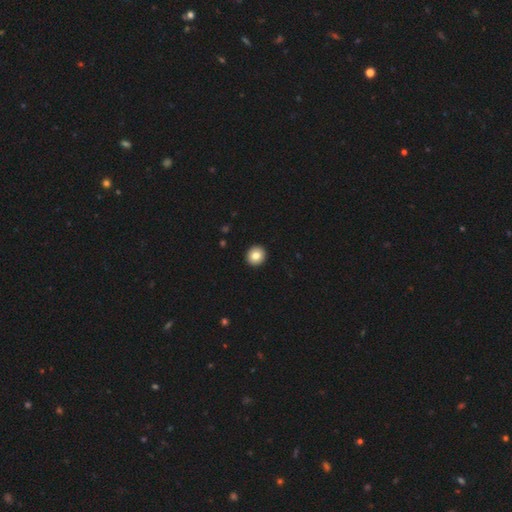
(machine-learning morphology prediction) The model was most divided on "smooth or featured": smooth: 84%, star or artifact: 8%, featured or disk: 8%. More confident: merging — none (94%); how rounded — round (90%).